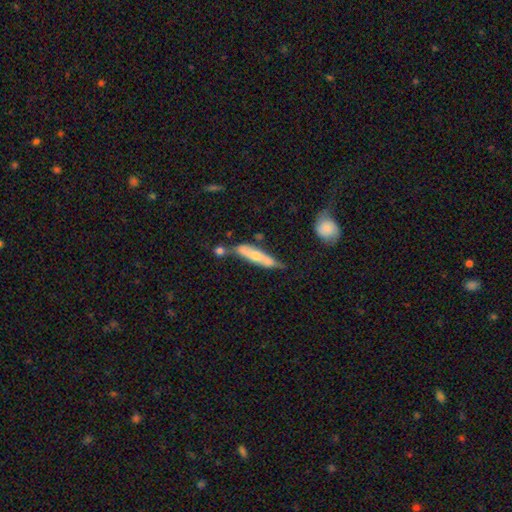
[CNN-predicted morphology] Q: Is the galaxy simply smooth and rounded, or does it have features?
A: smooth — 49%.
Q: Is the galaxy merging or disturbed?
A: none — 47%.